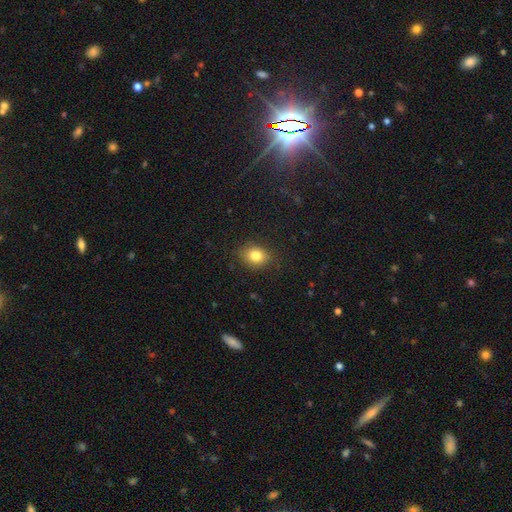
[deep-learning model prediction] Smooth or featured? smooth (82%)
How rounded? in between (60%)
Merging? none (85%)